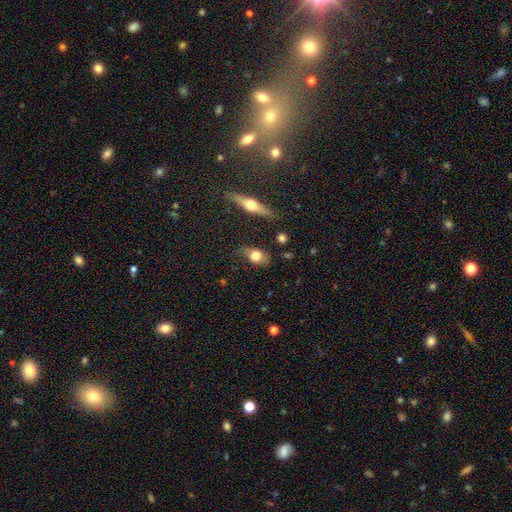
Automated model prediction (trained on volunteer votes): This appears to be a smooth galaxy with no disk features (68%) that is in between round and cigar-shaped (68%). Merging: none (62%).